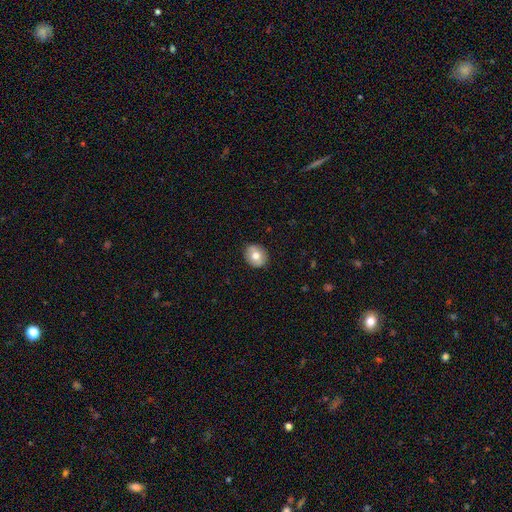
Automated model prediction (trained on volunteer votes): Smooth or featured: smooth — 72% (featured or disk — 20%)
How rounded: round — 70% (in between — 29%)
Merging: none — 88% (minor disturbance — 9%)